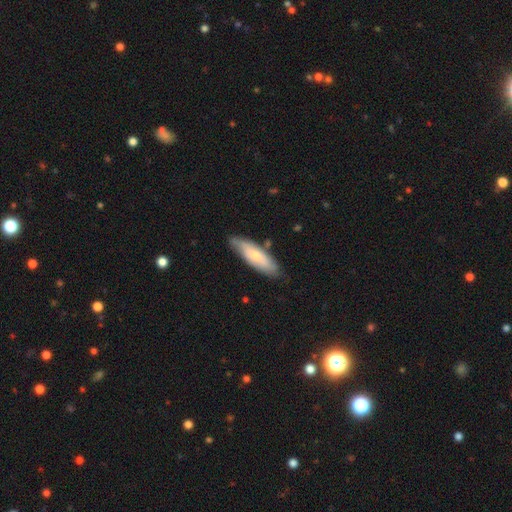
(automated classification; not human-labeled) Morphology: type=smooth (57%); roundness=cigar-shaped (50%); merging=none (75%).